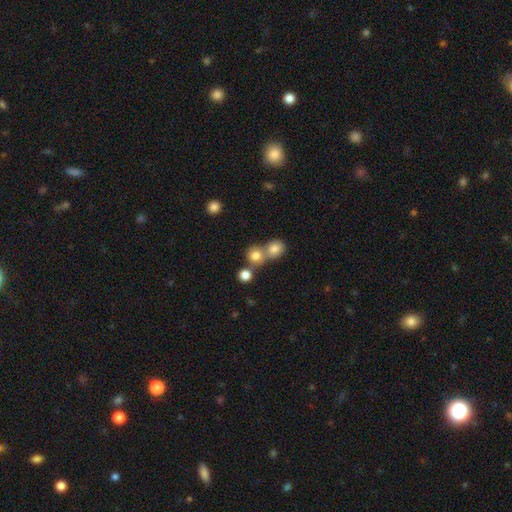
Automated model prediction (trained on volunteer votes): Smooth or featured? Predicted: smooth (p=0.79). How rounded? Predicted: round (p=0.86). Merging? Predicted: none (p=0.48).